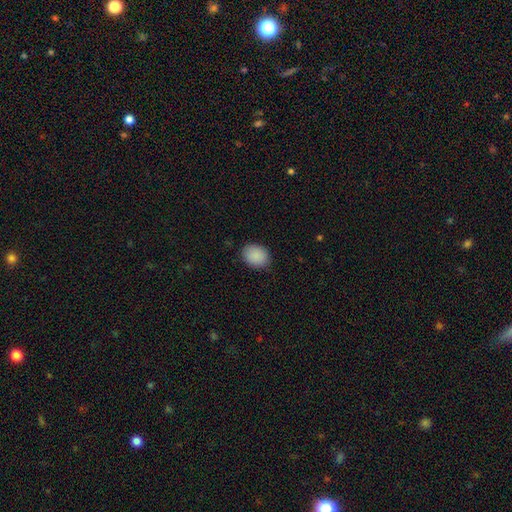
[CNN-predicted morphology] Smooth or featured: smooth — 89% (star or artifact — 8%)
How rounded: in between — 56% (round — 43%)
Merging: none — 84% (minor disturbance — 12%)